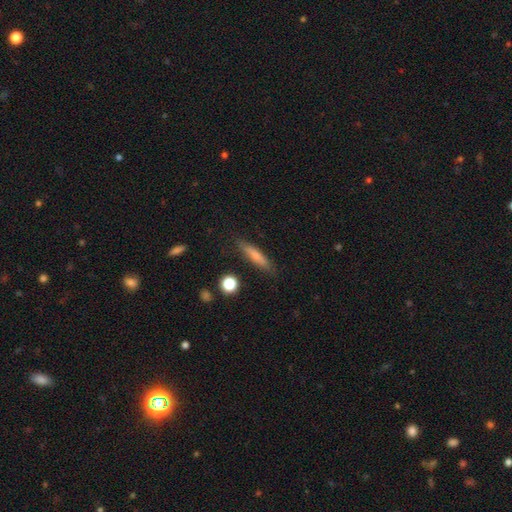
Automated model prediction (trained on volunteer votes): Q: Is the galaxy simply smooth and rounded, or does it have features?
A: smooth — 68%.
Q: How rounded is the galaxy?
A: cigar-shaped — 86%.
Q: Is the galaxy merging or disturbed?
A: none — 86%.